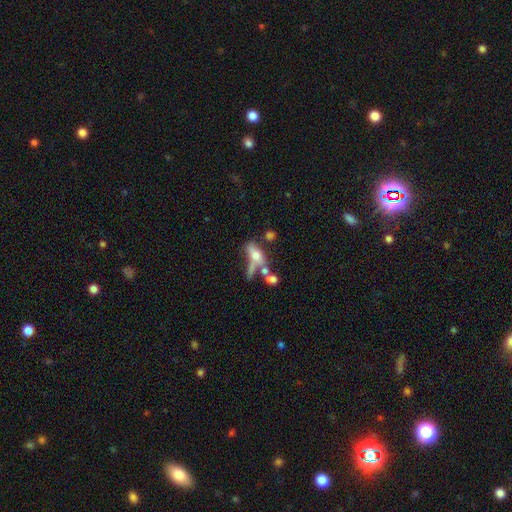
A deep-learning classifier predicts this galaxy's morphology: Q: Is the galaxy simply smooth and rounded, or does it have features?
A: smooth — 51%.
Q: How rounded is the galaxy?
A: in between — 63%.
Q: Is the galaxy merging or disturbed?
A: merger — 38%.